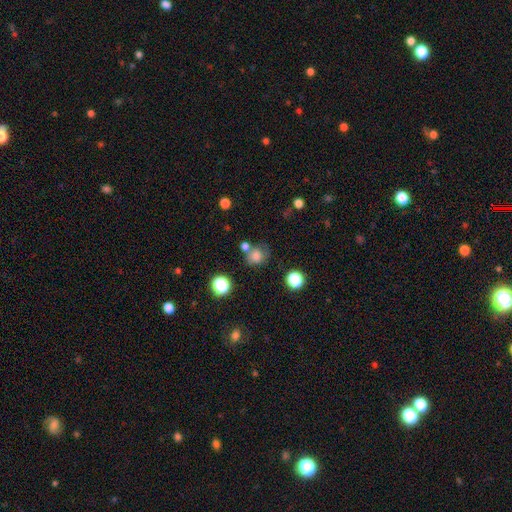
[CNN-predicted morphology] Q: Smooth or featured?
A: smooth (74%); runner-up: star or artifact (16%)
Q: How rounded?
A: round (74%); runner-up: in between (25%)
Q: Merging?
A: none (55%); runner-up: merger (19%)